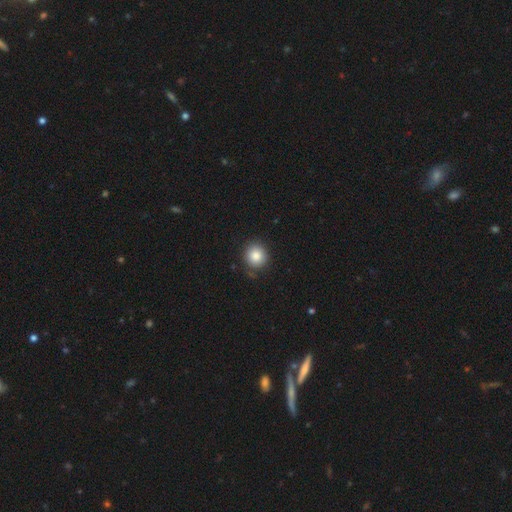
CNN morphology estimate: smooth-or-featured: smooth: 84% | star or artifact: 9% | featured or disk: 6%
  how-rounded: round: 89% | in between: 10% | cigar-shaped: 1%
  merging: none: 84% | minor disturbance: 11% | major disturbance: 3% | merger: 2%